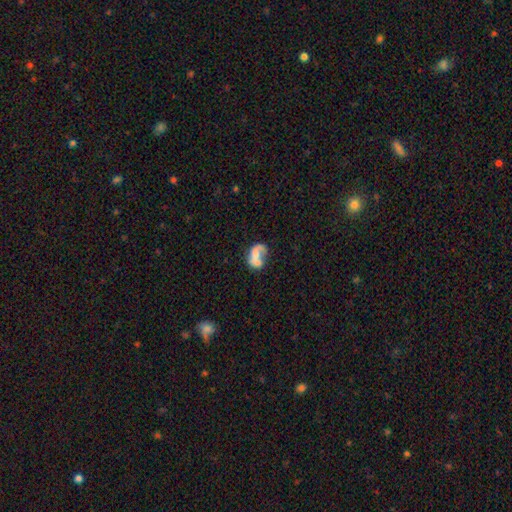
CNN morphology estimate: This is possibly a smooth galaxy (46%). Merging: marginally merger (39%).